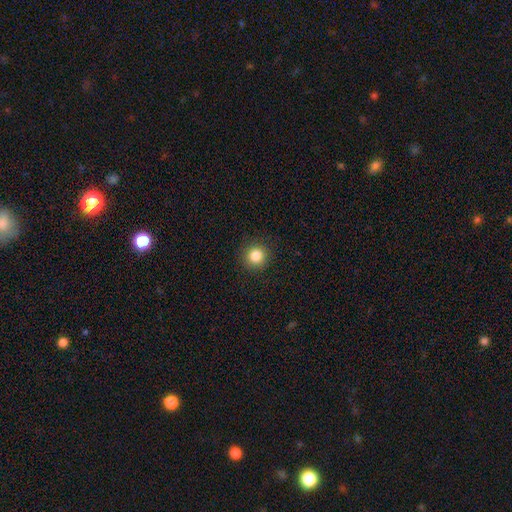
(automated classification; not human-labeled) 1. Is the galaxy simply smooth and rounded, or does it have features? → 84% smooth, 11% star or artifact, 5% featured or disk.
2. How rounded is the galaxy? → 94% round, 5% in between, 1% cigar-shaped.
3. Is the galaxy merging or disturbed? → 91% none, 6% minor disturbance, 2% major disturbance, 1% merger.